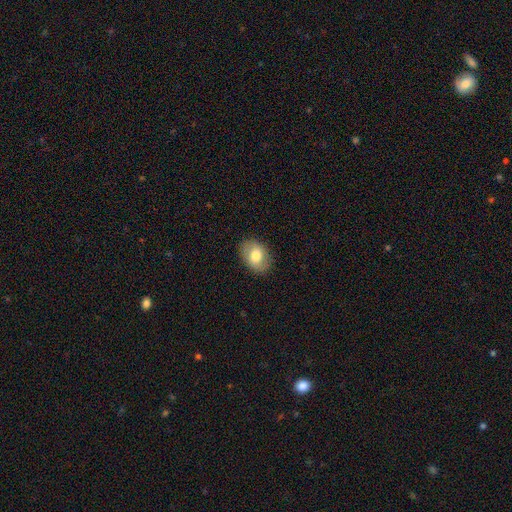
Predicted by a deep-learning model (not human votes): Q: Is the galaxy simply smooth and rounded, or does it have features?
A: smooth — 70%.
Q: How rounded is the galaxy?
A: in between — 74%.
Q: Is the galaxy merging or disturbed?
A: none — 86%.